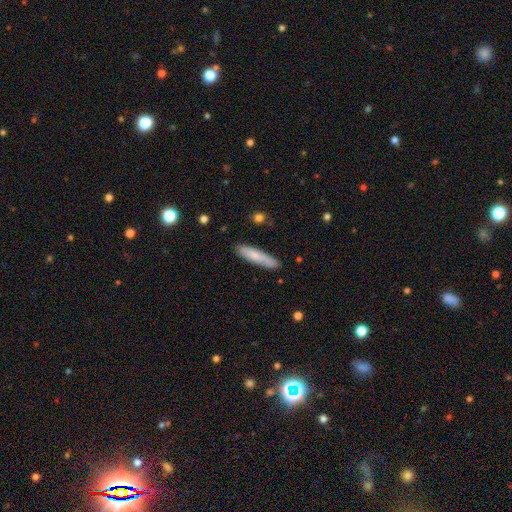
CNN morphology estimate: Smooth or featured? Predicted: smooth (p=0.74). How rounded? Predicted: cigar-shaped (p=0.84). Merging? Predicted: none (p=0.84).